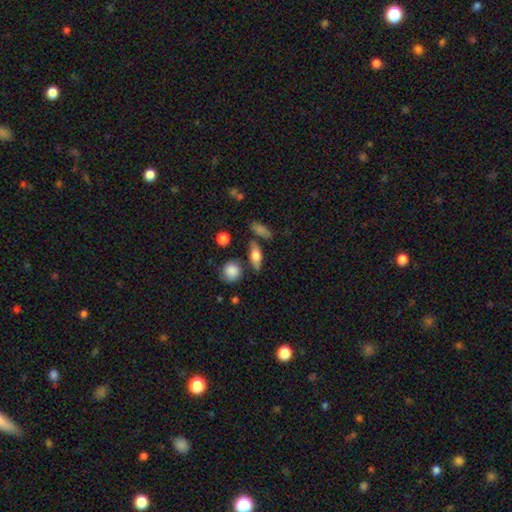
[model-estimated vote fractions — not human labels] smooth 68%, featured or disk 24%, star or artifact 9%. Down the decision tree: how rounded — in between (63%); merging — none (75%).